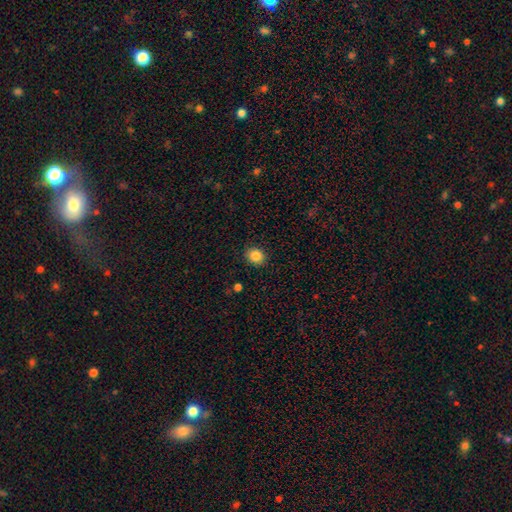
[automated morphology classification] type=smooth (86%); roundness=round (65%); merging=none (88%).